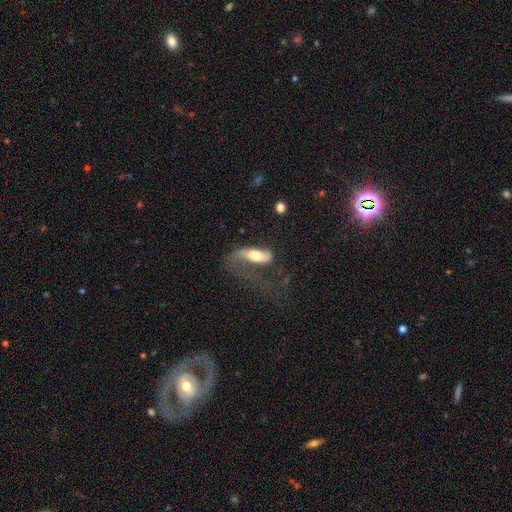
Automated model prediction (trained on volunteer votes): This is possibly a smooth galaxy (52%). How rounded: likely in between (63%). Merging: possibly major disturbance (57%).